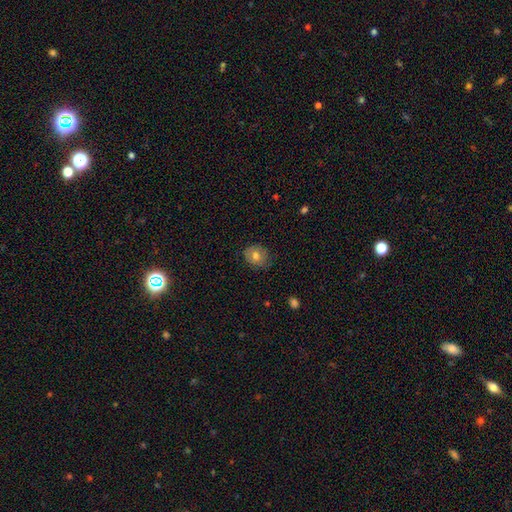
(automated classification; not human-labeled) A smooth galaxy with no disk features (72%) that is round (65%). Merging: none (78%).